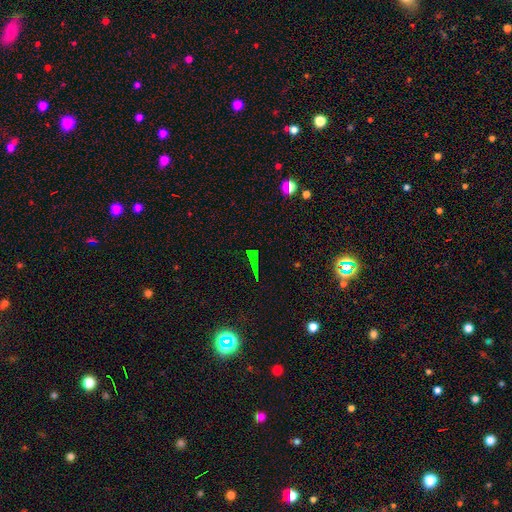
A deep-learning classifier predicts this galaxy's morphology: A star or artifact, not a galaxy (67%).

Vote fractions:
- Smooth or featured? star or artifact: 67% / smooth: 22% / featured or disk: 11%